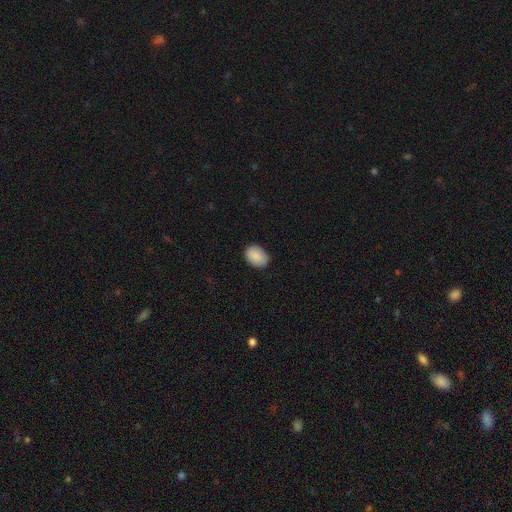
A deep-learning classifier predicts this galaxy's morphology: Smooth or featured? Predicted: smooth (p=0.89). How rounded? Predicted: in between (p=0.75). Merging? Predicted: none (p=0.85).